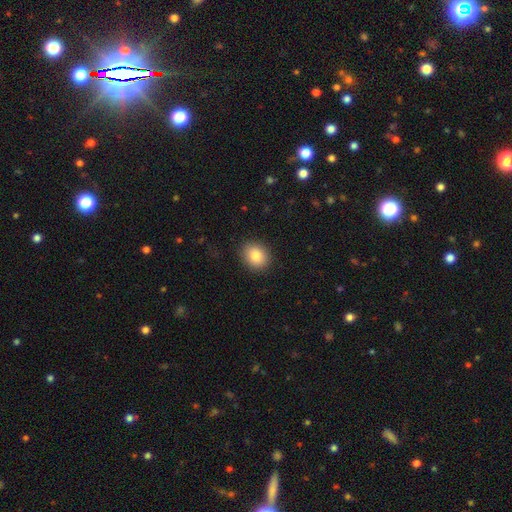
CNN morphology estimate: smooth_or_featured: smooth (p=0.86) [alt: star or artifact p=0.08]
how_rounded: round (p=0.61) [alt: in between p=0.39]
merging: none (p=0.89) [alt: minor disturbance p=0.08]